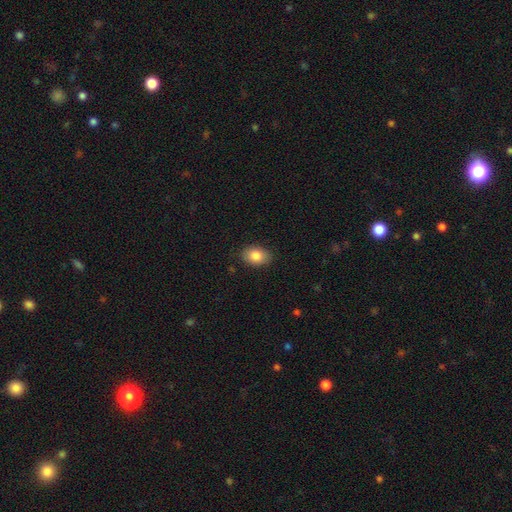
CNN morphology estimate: Smooth or featured? Predicted: smooth (p=0.85). How rounded? Predicted: in between (p=0.80). Merging? Predicted: none (p=0.86).